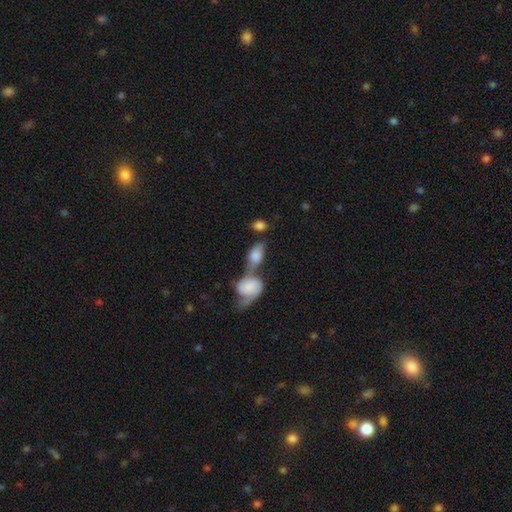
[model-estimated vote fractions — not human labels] smooth_or_featured: smooth (p=0.70) [alt: featured or disk p=0.23]
how_rounded: in between (p=0.88) [alt: round p=0.08]
merging: merger (p=0.62) [alt: none p=0.20]